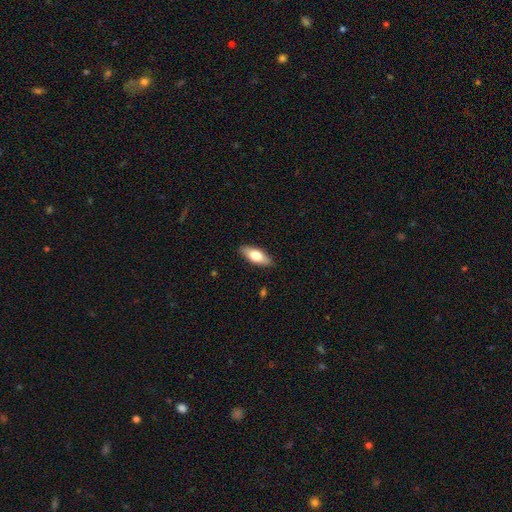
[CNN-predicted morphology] Smooth or featured? Predicted: smooth (p=0.70). How rounded? Predicted: in between (p=0.77). Merging? Predicted: none (p=0.88).